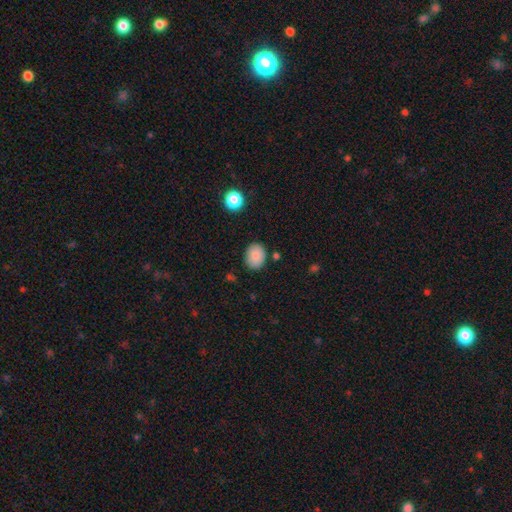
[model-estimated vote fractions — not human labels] Smooth or featured?
  - smooth: 87% *
  - star or artifact: 8%
  - featured or disk: 5%
How rounded?
  - in between: 56% *
  - round: 43%
  - cigar-shaped: 1%
Merging?
  - none: 84% *
  - minor disturbance: 11%
  - major disturbance: 3%
  - merger: 2%